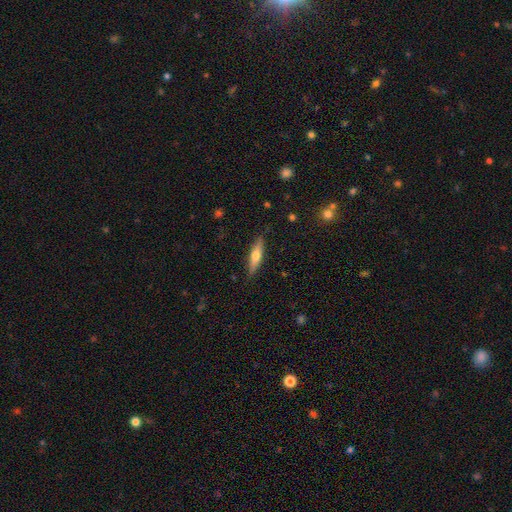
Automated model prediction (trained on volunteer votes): Smooth or featured: smooth — 52% (featured or disk — 42%)
How rounded: cigar-shaped — 76% (in between — 22%)
Merging: none — 87% (minor disturbance — 9%)